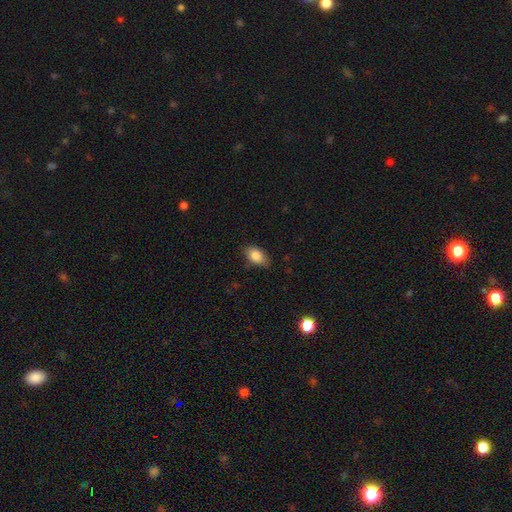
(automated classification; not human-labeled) A smooth galaxy with no disk features (85%) that is in between round and cigar-shaped (88%).

Vote fractions:
- Smooth or featured? smooth: 85% / star or artifact: 8% / featured or disk: 7%
- How rounded? in between: 88% / round: 9% / cigar-shaped: 2%
- Merging? none: 75% / minor disturbance: 20% / major disturbance: 4% / merger: 1%